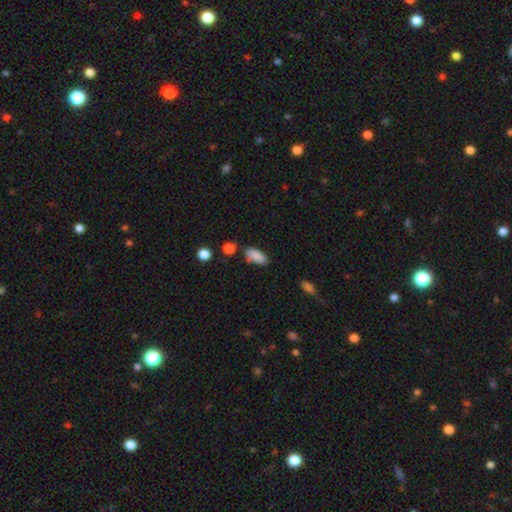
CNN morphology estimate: A smooth galaxy with no disk features (87%) that is in between round and cigar-shaped (86%).

Vote fractions:
- Smooth or featured? smooth: 87% / star or artifact: 8% / featured or disk: 5%
- How rounded? in between: 86% / cigar-shaped: 11% / round: 3%
- Merging? none: 68% / minor disturbance: 20% / merger: 7% / major disturbance: 5%